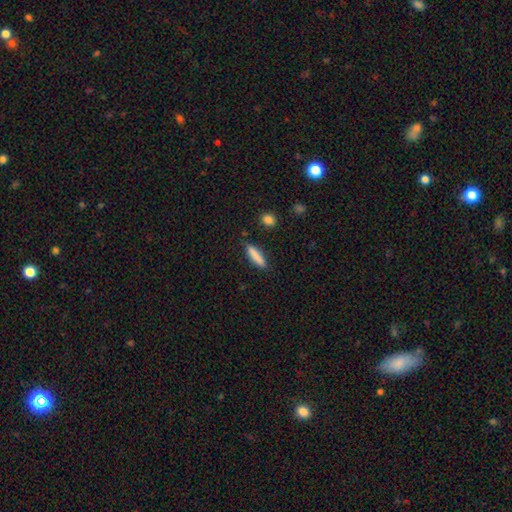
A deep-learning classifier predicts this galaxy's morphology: Overall: smooth (85%). How rounded: cigar-shaped (75%). Merging: none (86%).